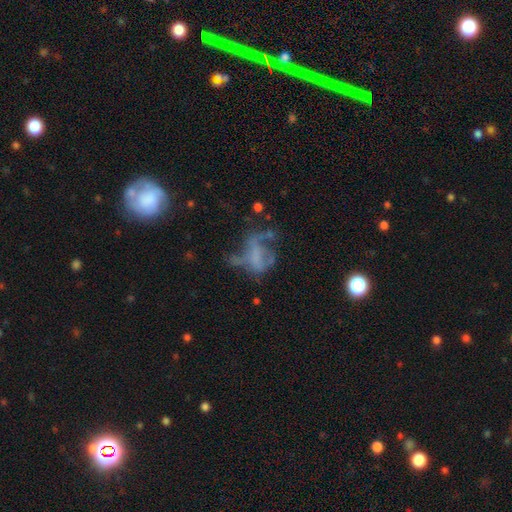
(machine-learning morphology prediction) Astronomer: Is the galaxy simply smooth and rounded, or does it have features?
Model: featured or disk — 51% (runner-up: smooth, 29%).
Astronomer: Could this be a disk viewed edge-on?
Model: no — 96%.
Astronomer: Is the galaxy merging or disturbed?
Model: major disturbance — 45% (runner-up: none, 30%).